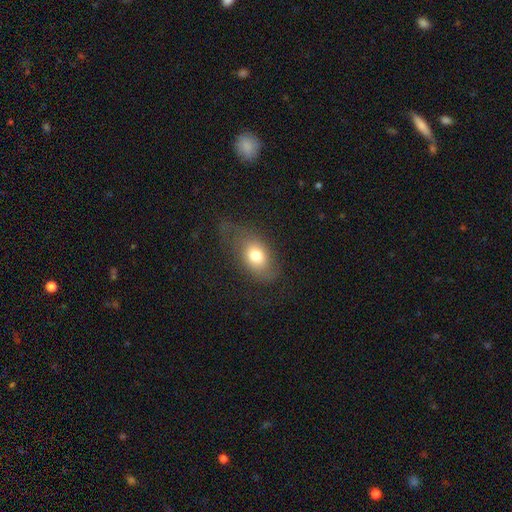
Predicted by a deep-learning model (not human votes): Q: Smooth or featured?
A: smooth (70%); runner-up: featured or disk (21%)
Q: How rounded?
A: in between (79%); runner-up: round (18%)
Q: Merging?
A: none (50%); runner-up: minor disturbance (27%)